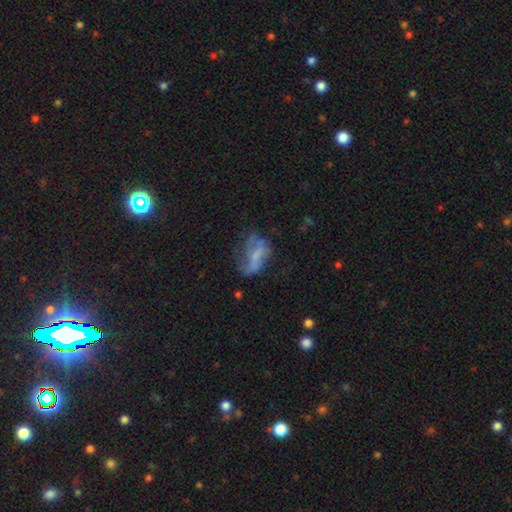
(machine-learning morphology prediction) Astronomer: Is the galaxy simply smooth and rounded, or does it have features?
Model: featured or disk — 49% (runner-up: smooth, 36%).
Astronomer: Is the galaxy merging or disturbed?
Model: major disturbance — 36% (runner-up: none, 35%).